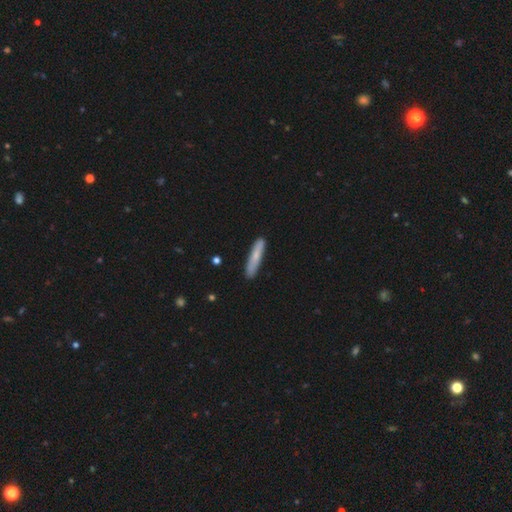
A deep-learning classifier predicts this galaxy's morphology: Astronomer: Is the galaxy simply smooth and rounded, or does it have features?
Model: smooth — 71%.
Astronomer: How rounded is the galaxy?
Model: cigar-shaped — 90%.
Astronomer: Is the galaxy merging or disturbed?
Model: none — 87%.